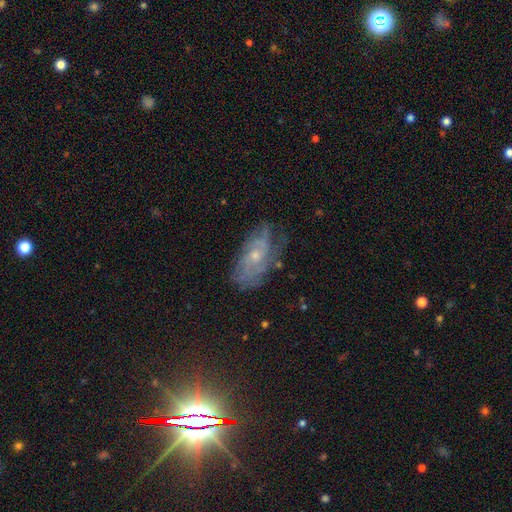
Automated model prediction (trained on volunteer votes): A featured or disk galaxy (69%) with no bar (76%), tight (50%) spiral arms (82%) and a small central bulge (58%).

Vote fractions:
- Smooth or featured? featured or disk: 69% / smooth: 21% / star or artifact: 11%
- Edge-on disk? no: 92% / yes: 8%
- Bar? no: 76% / weak: 21% / strong: 3%
- Spiral arms? yes: 82% / no: 18%
- Spiral winding? tight: 50% / medium: 35% / loose: 15%
- Spiral arm count? can't tell: 50% / 2: 22% / 3: 12% / 4: 6% / 1: 5% / more than 4: 4%
- Bulge size? small: 58% / moderate: 37% / none: 2% / large: 2% / dominant: 1%
- Merging? none: 63% / minor disturbance: 24% / major disturbance: 11% / merger: 2%